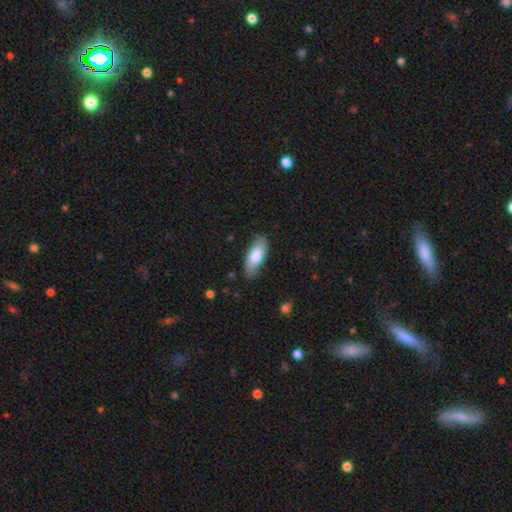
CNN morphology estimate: Smooth or featured?
  - smooth: 74% *
  - featured or disk: 20%
  - star or artifact: 5%
How rounded?
  - in between: 83% *
  - cigar-shaped: 15%
  - round: 2%
Merging?
  - none: 82% *
  - minor disturbance: 14%
  - major disturbance: 3%
  - merger: 1%